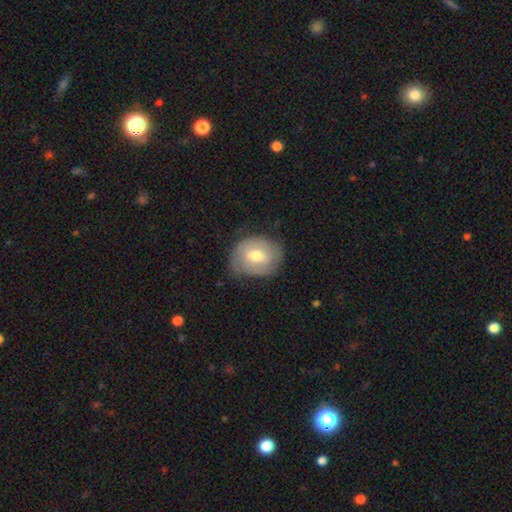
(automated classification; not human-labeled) Smooth or featured: smooth — 55% (featured or disk — 38%)
How rounded: in between — 50% (round — 49%)
Merging: none — 63% (minor disturbance — 28%)